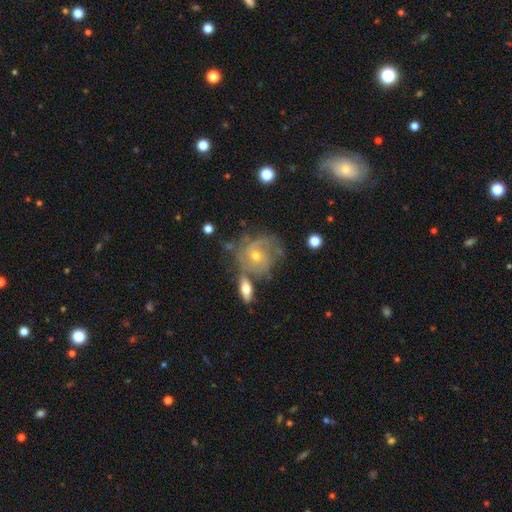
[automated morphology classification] Q: Smooth or featured?
A: featured or disk (76%); runner-up: smooth (17%)
Q: Edge-on disk?
A: no (96%); runner-up: yes (4%)
Q: Bar?
A: no (74%); runner-up: weak (22%)
Q: Spiral arms?
A: yes (89%); runner-up: no (11%)
Q: Spiral winding?
A: tight (55%); runner-up: medium (33%)
Q: Spiral arm count?
A: can't tell (35%); runner-up: 2 (32%)
Q: Bulge size?
A: moderate (49%); runner-up: small (48%)
Q: Merging?
A: none (51%); runner-up: minor disturbance (22%)